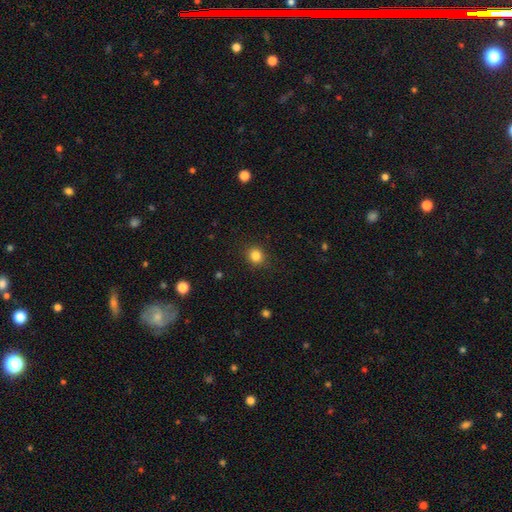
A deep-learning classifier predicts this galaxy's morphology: This is clearly a smooth galaxy (84%). How rounded: clearly round (83%). Merging: clearly none (89%).